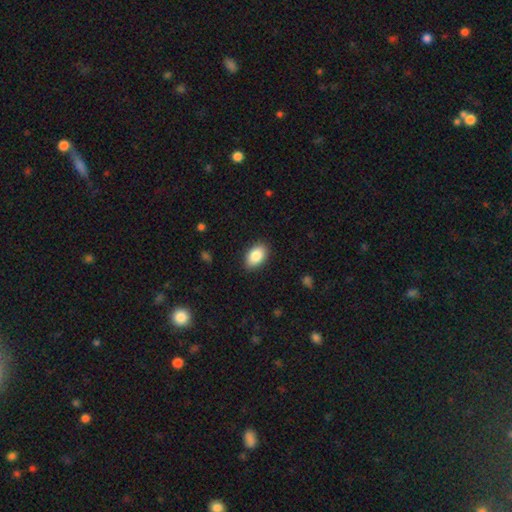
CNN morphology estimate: A smooth galaxy with no disk features (87%) that is in between round and cigar-shaped (91%). Merging: none (88%).